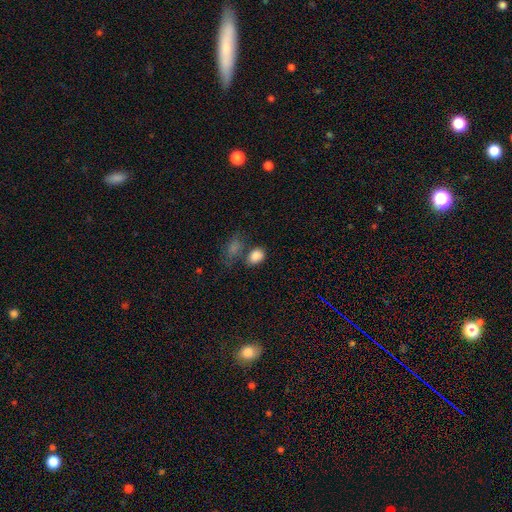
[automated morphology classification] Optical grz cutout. It shows a smooth galaxy with no disk features (86%) that is in between round and cigar-shaped (76%). Merging: none (56%).